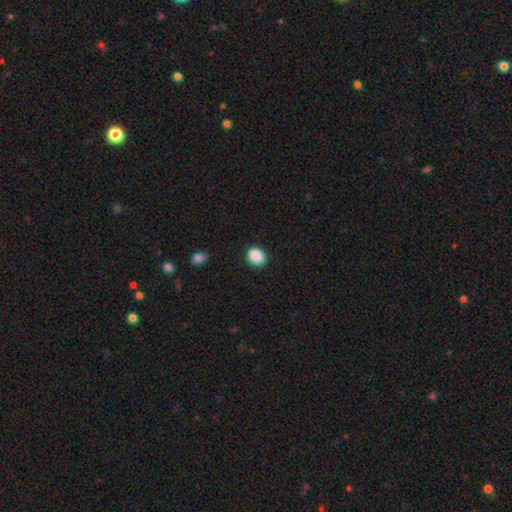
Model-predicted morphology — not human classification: Smooth or featured? Predicted: smooth (p=0.89). How rounded? Predicted: in between (p=0.52). Merging? Predicted: none (p=0.87).